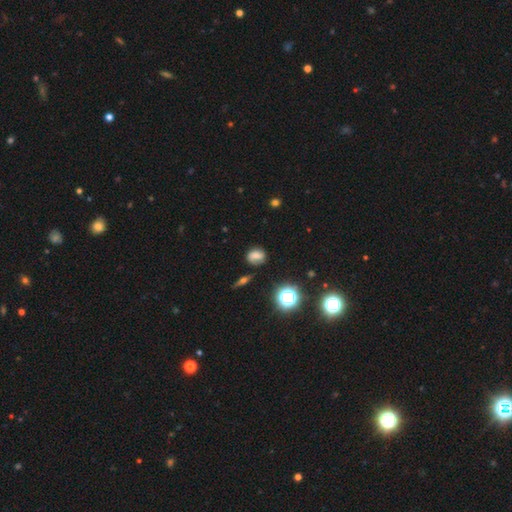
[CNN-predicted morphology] Smooth or featured?
  - smooth: 59% *
  - featured or disk: 22%
  - star or artifact: 19%
How rounded?
  - round: 49% * (tied)
  - in between: 49% * (tied)
  - cigar-shaped: 2%
Merging?
  - none: 68% *
  - minor disturbance: 21%
  - major disturbance: 7%
  - merger: 5%